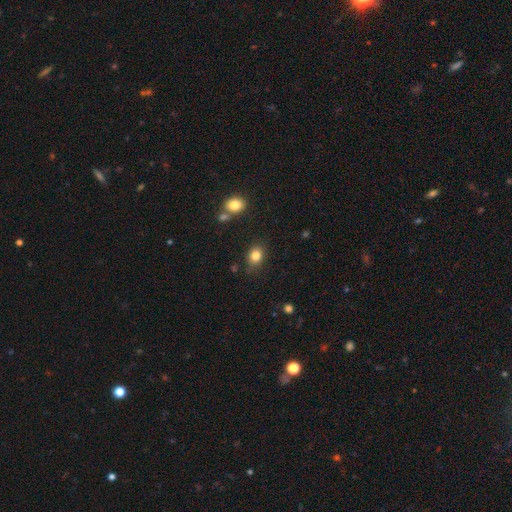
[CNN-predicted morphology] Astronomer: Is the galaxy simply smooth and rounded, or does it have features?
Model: smooth — 83%.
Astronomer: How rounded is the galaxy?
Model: in between — 54% (runner-up: round, 45%).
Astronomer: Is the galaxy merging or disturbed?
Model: none — 80%.